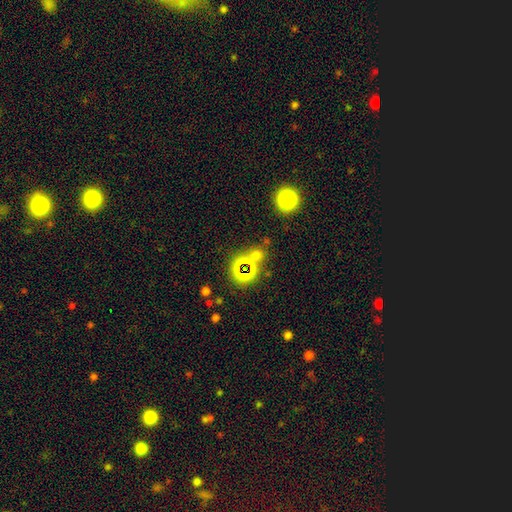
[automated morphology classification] smooth 46%, star or artifact 45%, featured or disk 8%. Down the decision tree: merging — none (67%).